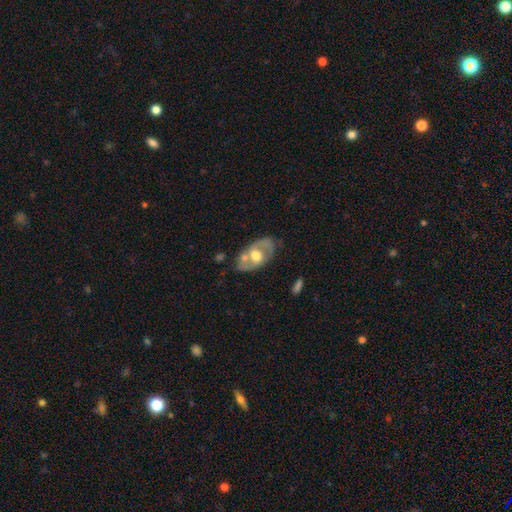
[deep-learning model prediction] A featured or disk galaxy (65%) with no bar (59%), spiral arms (53%) and a moderate central bulge (68%). Merging: none (58%).